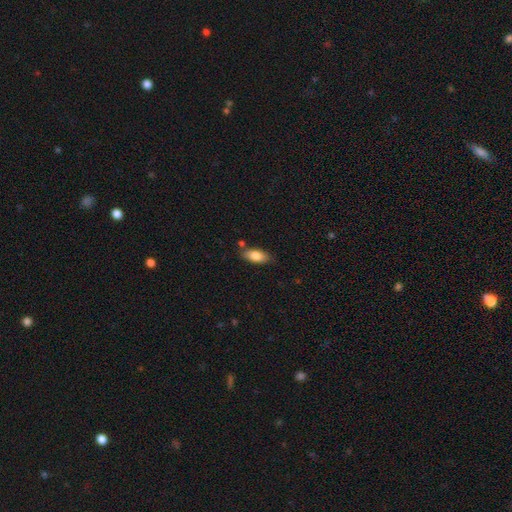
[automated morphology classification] This appears to be a smooth galaxy with no disk features (83%) that is in between round and cigar-shaped (87%). Merging: none (76%).